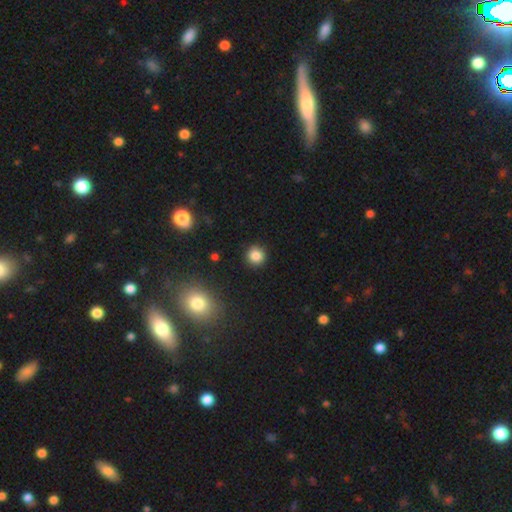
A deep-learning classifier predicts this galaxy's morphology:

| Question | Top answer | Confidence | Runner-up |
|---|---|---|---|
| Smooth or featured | smooth | 84% | star or artifact (12%) |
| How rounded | round | 92% | in between (7%) |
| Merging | none | 89% | minor disturbance (7%) |